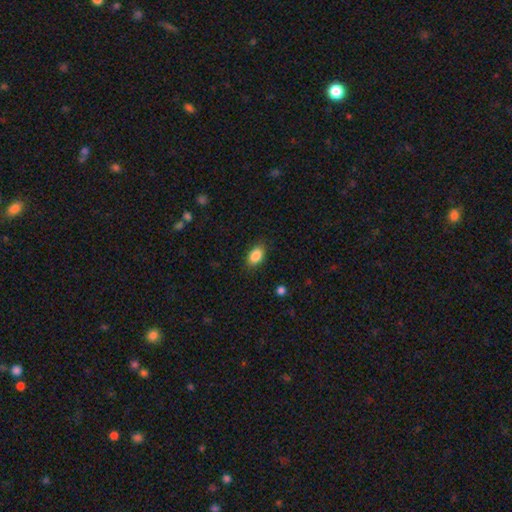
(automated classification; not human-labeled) smooth 87%, star or artifact 8%, featured or disk 5%. Down the decision tree: how rounded — in between (89%); merging — none (87%).